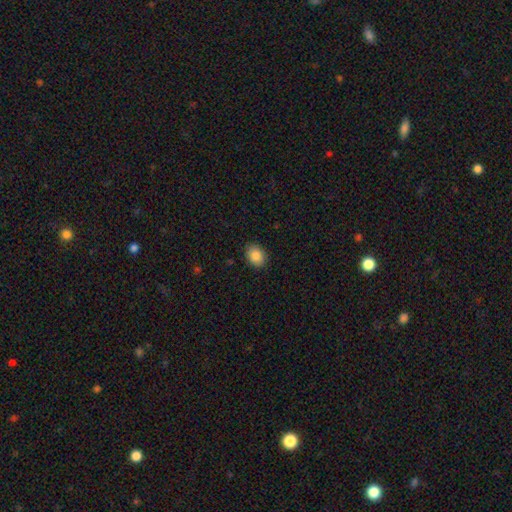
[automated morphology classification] type=smooth (87%); roundness=in between (54%); merging=none (89%).